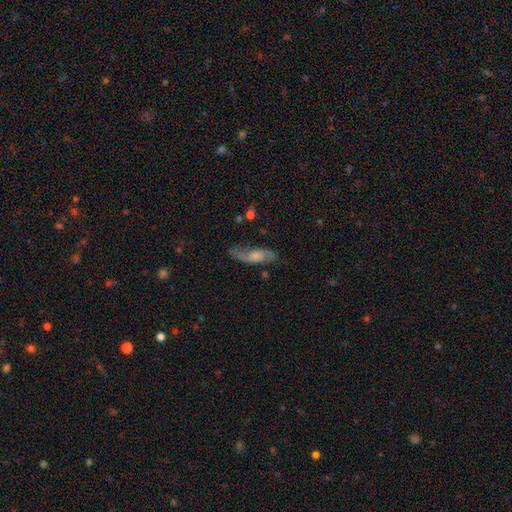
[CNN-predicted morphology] This appears to be a featured or disk galaxy (64%) with no bar (63%), spiral arms (90%) and a small central bulge (38%). Merging: none (66%).